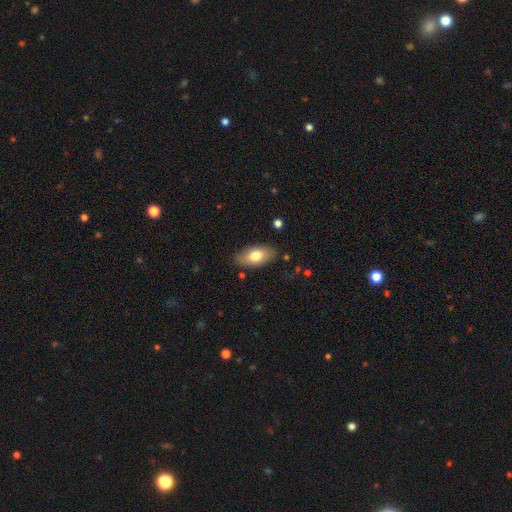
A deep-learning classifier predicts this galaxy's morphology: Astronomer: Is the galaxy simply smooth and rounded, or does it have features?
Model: smooth — 76%.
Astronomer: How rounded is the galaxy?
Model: in between — 91%.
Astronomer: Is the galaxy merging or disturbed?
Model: none — 83%.